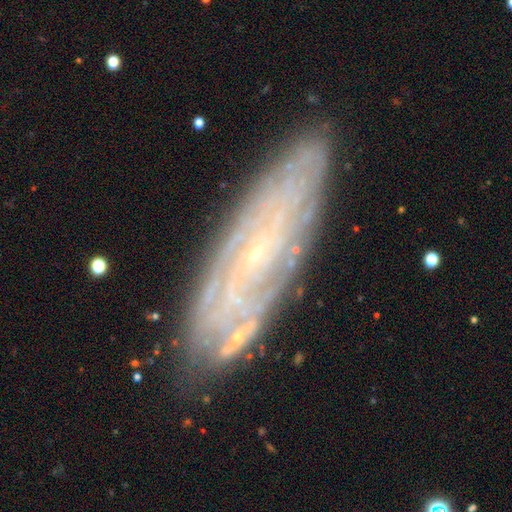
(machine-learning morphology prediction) Smooth or featured?
  - featured or disk: 75% *
  - smooth: 16%
  - star or artifact: 9%
Edge-on disk?
  - no: 75% *
  - yes: 25%
Bar?
  - no: 64% *
  - weak: 26%
  - strong: 10%
Spiral arms?
  - yes: 85% *
  - no: 15%
Bulge size?
  - small: 85% *
  - moderate: 8%
  - none: 4%
  - large: 1%
  - dominant: 1%
Merging?
  - none: 82% *
  - minor disturbance: 13%
  - major disturbance: 3%
  - merger: 2%